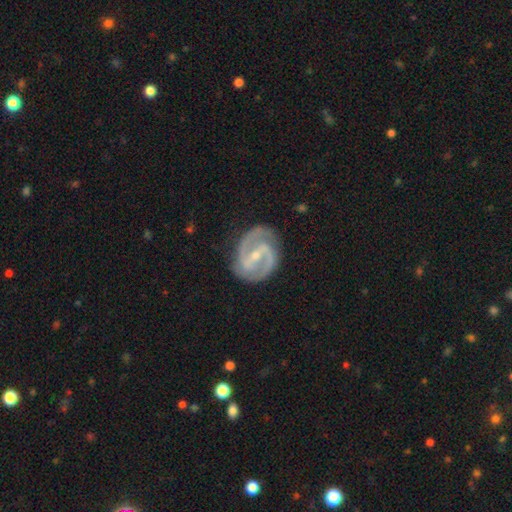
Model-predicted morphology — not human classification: Q: Smooth or featured?
A: featured or disk (92%); runner-up: smooth (4%)
Q: Edge-on disk?
A: no (98%); runner-up: yes (2%)
Q: Bar?
A: strong (49%); runner-up: weak (36%)
Q: Spiral arms?
A: yes (98%); runner-up: no (2%)
Q: Spiral winding?
A: medium (55%); runner-up: tight (34%)
Q: Spiral arm count?
A: 2 (92%); runner-up: 3 (3%)
Q: Bulge size?
A: small (66%); runner-up: moderate (31%)
Q: Merging?
A: none (82%); runner-up: minor disturbance (13%)